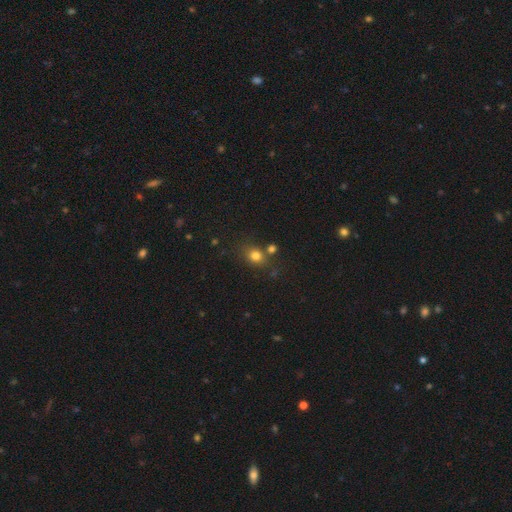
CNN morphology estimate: smooth 79%, star or artifact 14%, featured or disk 7%. Down the decision tree: how rounded — round (64%); merging — none (67%).